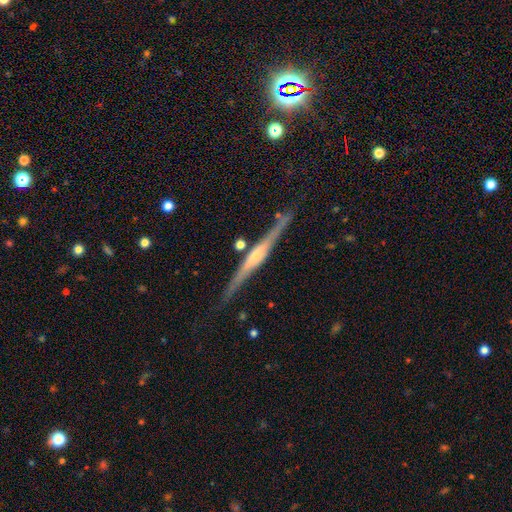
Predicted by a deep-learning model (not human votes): Smooth or featured? featured or disk (79%)
Edge-on disk? yes (98%)
Edge-on bulge? rounded (72%)
Merging? none (84%)